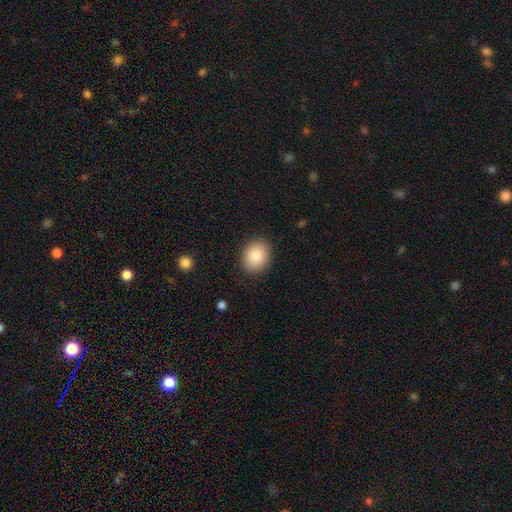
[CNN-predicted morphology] This appears to be a smooth galaxy with no disk features (86%) that is round (50%). Merging: none (89%).